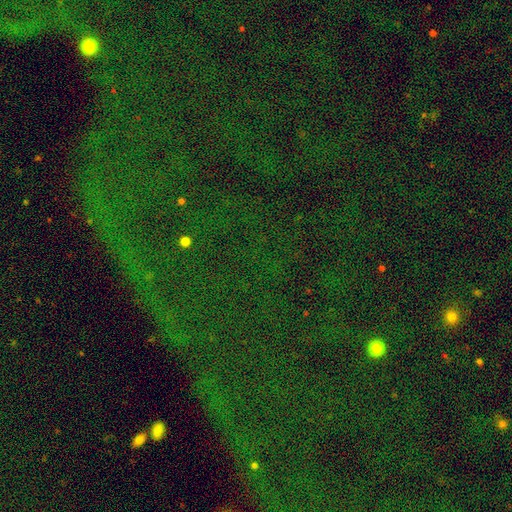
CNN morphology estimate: Overall: star or artifact (83%).